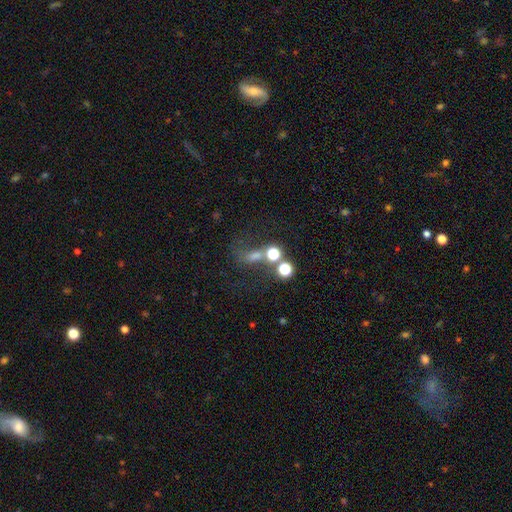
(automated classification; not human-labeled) smooth 37%, star or artifact 32%, featured or disk 31%. Down the decision tree: merging — none (37%).